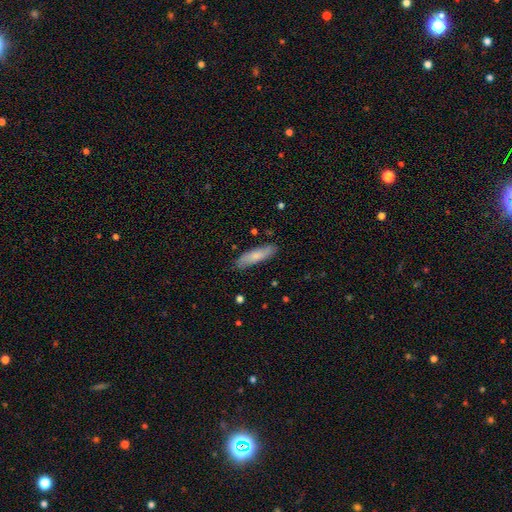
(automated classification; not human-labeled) A smooth galaxy with no disk features (75%) that is cigar-shaped (67%). Merging: none (84%).